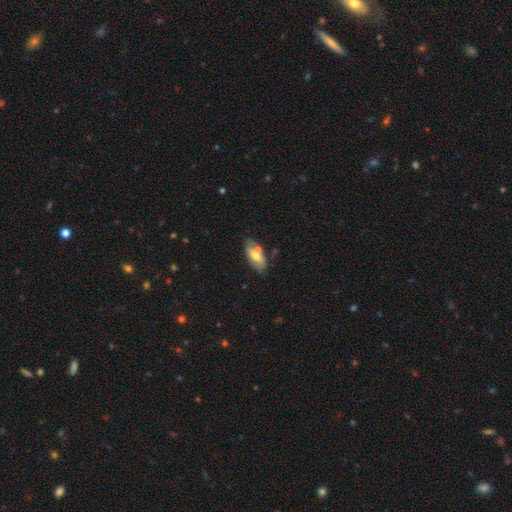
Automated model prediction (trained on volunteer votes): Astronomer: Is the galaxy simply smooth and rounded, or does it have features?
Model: smooth — 59%.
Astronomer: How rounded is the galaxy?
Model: in between — 88%.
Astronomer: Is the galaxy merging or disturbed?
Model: none — 64%.